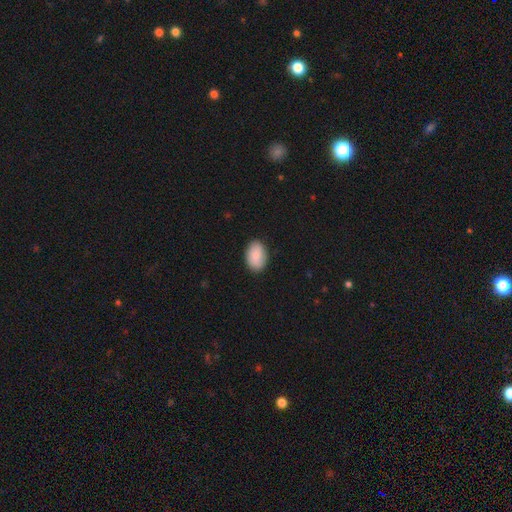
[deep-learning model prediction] A smooth galaxy with no disk features (87%) that is in between round and cigar-shaped (88%). Merging: none (87%).